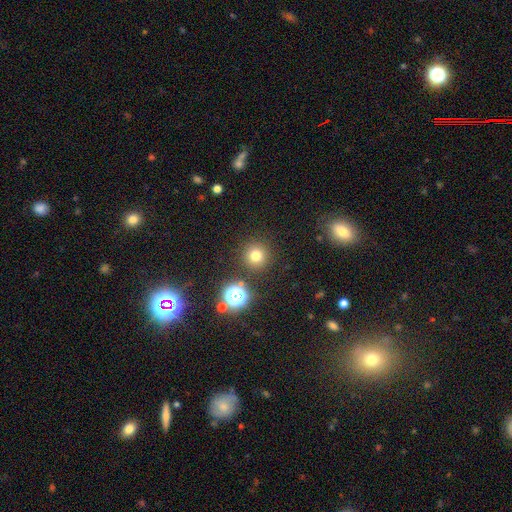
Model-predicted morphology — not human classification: smooth-or-featured: smooth: 72% | star or artifact: 20% | featured or disk: 8%
  how-rounded: round: 95% | in between: 4% | cigar-shaped: 1%
  merging: none: 88% | minor disturbance: 6% | merger: 3% | major disturbance: 3%